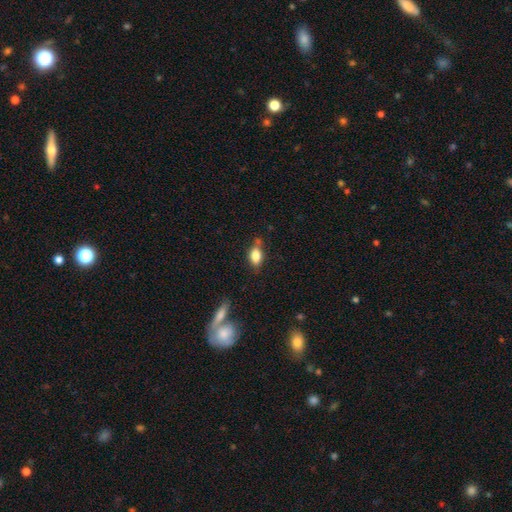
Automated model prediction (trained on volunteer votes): Smooth or featured: smooth — 81% (featured or disk — 11%)
How rounded: in between — 85% (round — 9%)
Merging: none — 63% (minor disturbance — 23%)